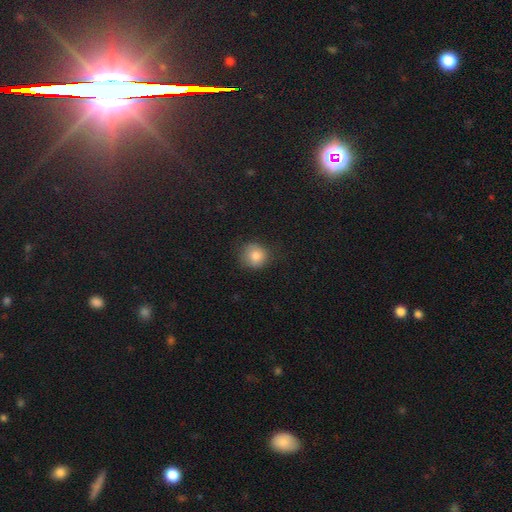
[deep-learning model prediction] A smooth galaxy with no disk features (83%) that is round (85%). Merging: none (76%).